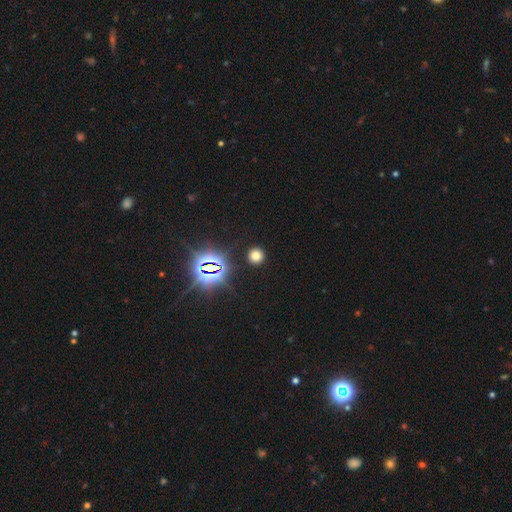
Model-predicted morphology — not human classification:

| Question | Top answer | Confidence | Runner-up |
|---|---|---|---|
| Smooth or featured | smooth | 70% | star or artifact (24%) |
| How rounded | round | 93% | in between (6%) |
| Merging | none | 90% | minor disturbance (5%) |